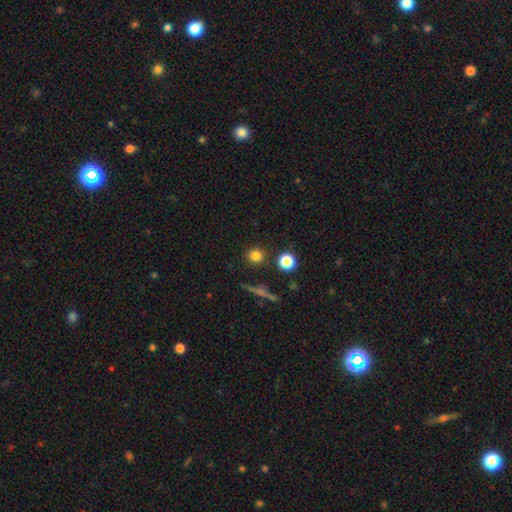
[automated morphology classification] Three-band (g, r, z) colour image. It shows a smooth galaxy with no disk features (80%) that is round (91%). Merging: none (87%).